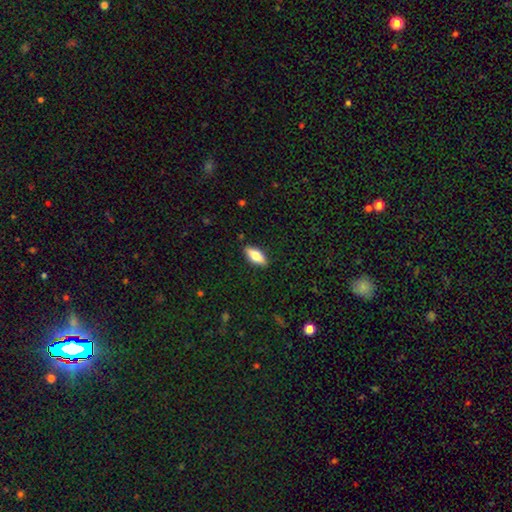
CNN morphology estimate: The model was most divided on "smooth or featured": smooth: 74%, featured or disk: 20%, star or artifact: 6%. More confident: merging — none (89%); how rounded — in between (80%).